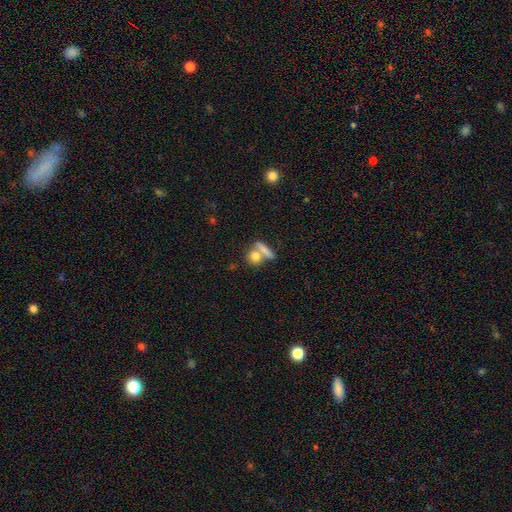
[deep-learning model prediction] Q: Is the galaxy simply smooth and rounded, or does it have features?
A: smooth — 79%.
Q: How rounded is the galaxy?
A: round — 64%.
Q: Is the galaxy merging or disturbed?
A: none — 53%.